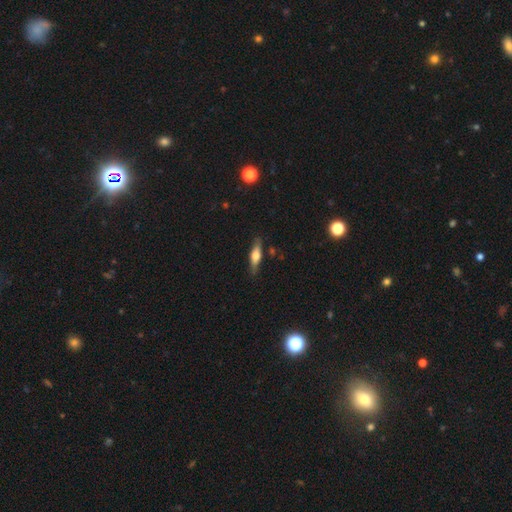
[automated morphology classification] smooth-or-featured: smooth: 49% | featured or disk: 44% | star or artifact: 7%
  merging: none: 81% | minor disturbance: 14% | major disturbance: 3% | merger: 2%